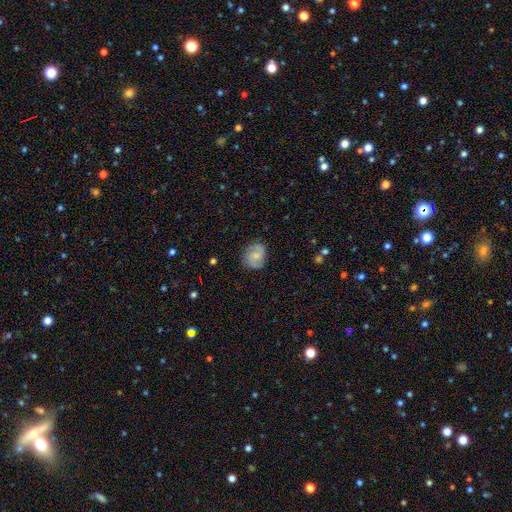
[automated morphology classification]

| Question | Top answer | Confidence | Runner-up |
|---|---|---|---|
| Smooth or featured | featured or disk | 53% | smooth (40%) |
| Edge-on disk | no | 97% | yes (3%) |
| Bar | no | 54% | weak (39%) |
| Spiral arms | yes | 88% | no (12%) |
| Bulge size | small | 42% | tied: moderate (42%) |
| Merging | none | 78% | minor disturbance (16%) |